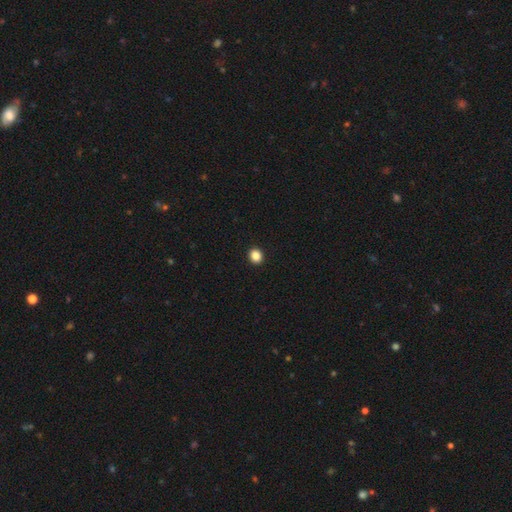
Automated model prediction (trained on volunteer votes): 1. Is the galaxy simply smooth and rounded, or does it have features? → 86% smooth, 11% star or artifact, 3% featured or disk.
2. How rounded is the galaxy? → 81% round, 19% in between, 1% cigar-shaped.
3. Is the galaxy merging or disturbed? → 94% none, 4% minor disturbance, 1% major disturbance, 1% merger.